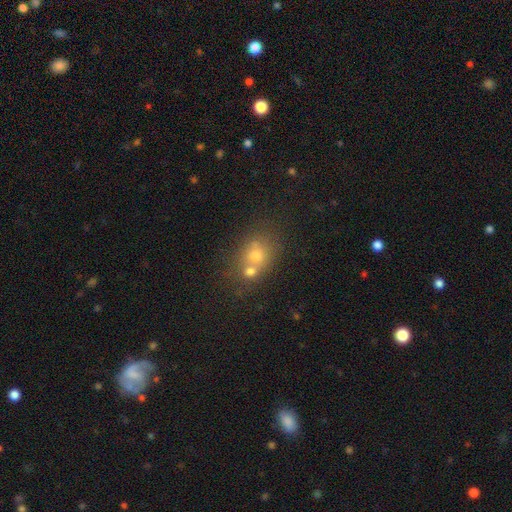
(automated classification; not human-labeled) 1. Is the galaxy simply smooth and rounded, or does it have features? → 62% smooth, 20% featured or disk, 18% star or artifact.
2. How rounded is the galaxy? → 61% round, 38% in between, 1% cigar-shaped.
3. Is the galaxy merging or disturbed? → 49% merger, 38% none, 9% minor disturbance, 4% major disturbance.